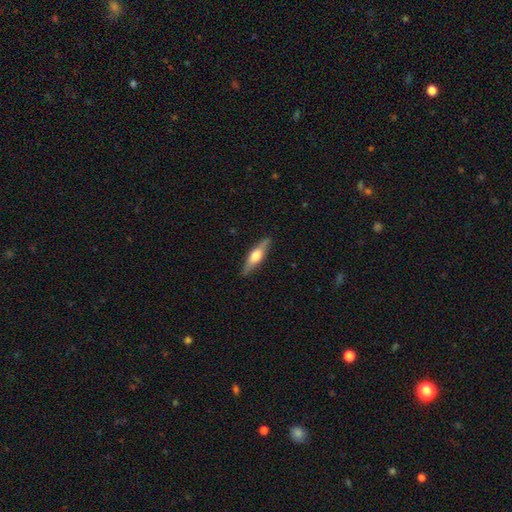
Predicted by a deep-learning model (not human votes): Overall: featured or disk (56%; smooth 38%). Edge-on disk: yes (93%). Edge-on bulge: rounded (90%). Merging: none (87%).